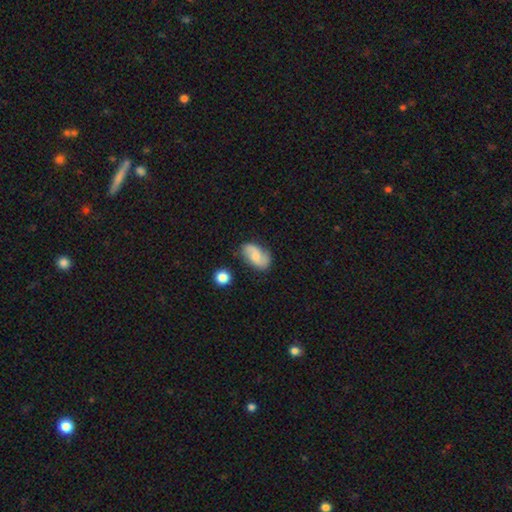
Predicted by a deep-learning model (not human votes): smooth-or-featured: featured or disk: 54% | smooth: 39% | star or artifact: 7%
  disk-edge-on: no: 96% | yes: 4%
    bar: no: 55% | weak: 38% | strong: 7%
    has-spiral-arms: yes: 90% | no: 10%
    bulge-size: small: 42% | moderate: 41% | none: 11% | large: 4% | dominant: 1%
  merging: none: 73% | minor disturbance: 19% | major disturbance: 5% | merger: 4%